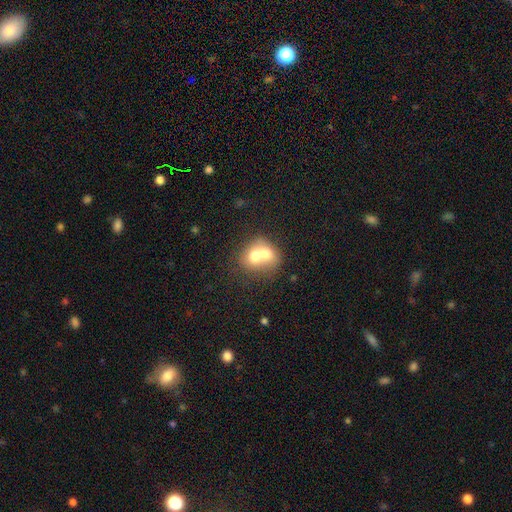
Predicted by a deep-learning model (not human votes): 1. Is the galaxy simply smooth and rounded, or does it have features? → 64% smooth, 27% featured or disk, 9% star or artifact.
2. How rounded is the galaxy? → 60% round, 39% in between, 1% cigar-shaped.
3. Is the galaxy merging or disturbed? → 71% merger, 20% none, 6% minor disturbance, 3% major disturbance.